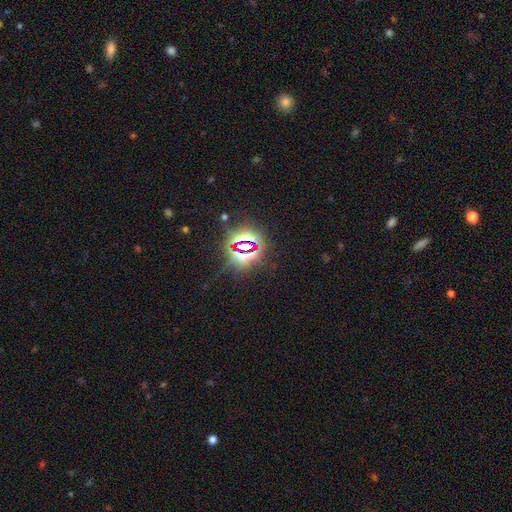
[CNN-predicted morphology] star or artifact 80%, smooth 12%, featured or disk 8%.